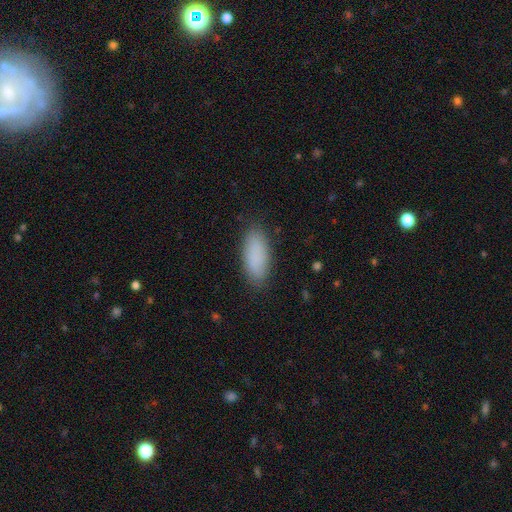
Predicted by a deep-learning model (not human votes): The model was most divided on "how rounded": in between: 79%, cigar-shaped: 19%, round: 2%. More confident: smooth or featured — smooth (88%); merging — none (87%).